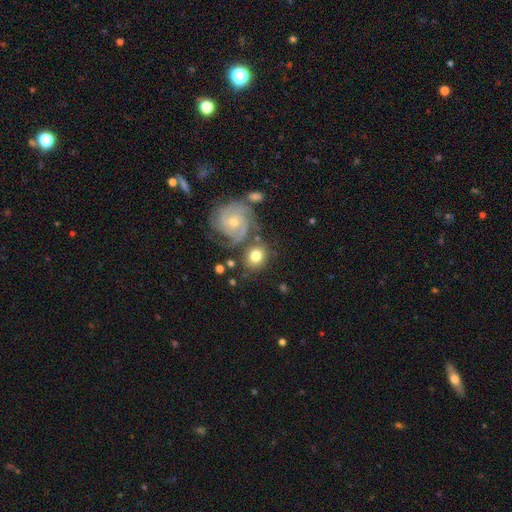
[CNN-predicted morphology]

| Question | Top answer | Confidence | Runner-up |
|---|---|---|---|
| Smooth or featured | smooth | 55% | featured or disk (37%) |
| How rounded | round | 68% | in between (31%) |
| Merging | none | 65% | minor disturbance (15%) |